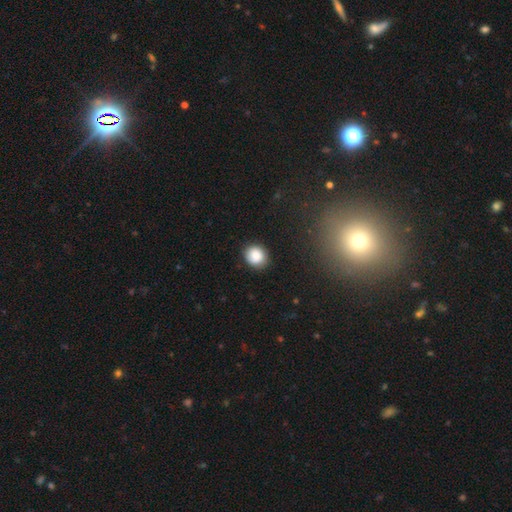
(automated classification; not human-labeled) Smooth or featured? Predicted: smooth (p=0.85). How rounded? Predicted: round (p=0.75). Merging? Predicted: none (p=0.84).